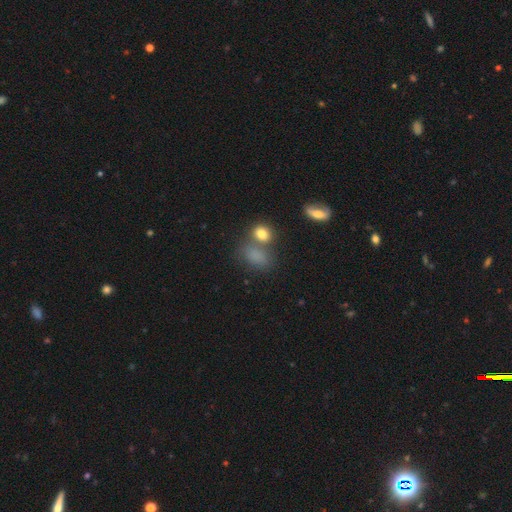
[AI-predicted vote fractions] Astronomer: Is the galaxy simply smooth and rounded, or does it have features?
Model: smooth — 77%.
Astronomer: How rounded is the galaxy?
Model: in between — 74%.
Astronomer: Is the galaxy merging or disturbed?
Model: none — 46% (runner-up: merger, 30%).